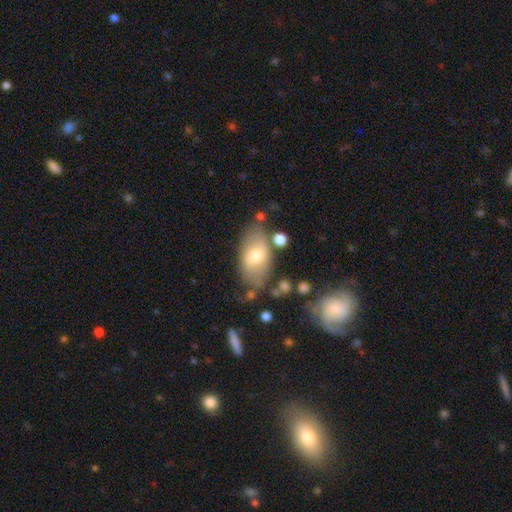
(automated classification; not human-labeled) Q: Smooth or featured?
A: smooth (65%); runner-up: featured or disk (28%)
Q: How rounded?
A: in between (92%); runner-up: round (5%)
Q: Merging?
A: none (68%); runner-up: minor disturbance (19%)